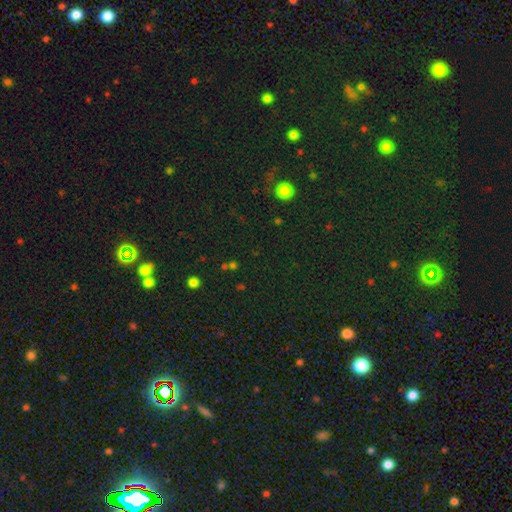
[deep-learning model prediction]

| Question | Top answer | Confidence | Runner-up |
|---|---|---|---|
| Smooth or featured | star or artifact | 67% | smooth (24%) |